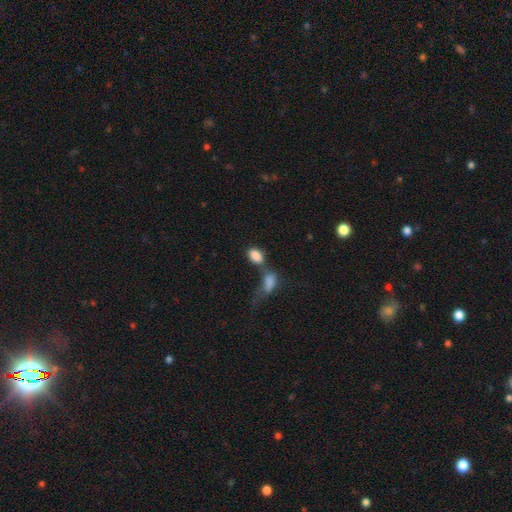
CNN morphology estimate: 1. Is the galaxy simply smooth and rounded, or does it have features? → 84% smooth, 8% star or artifact, 8% featured or disk.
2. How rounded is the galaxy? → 88% in between, 9% round, 3% cigar-shaped.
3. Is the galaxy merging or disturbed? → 53% merger, 26% none, 11% minor disturbance, 10% major disturbance.